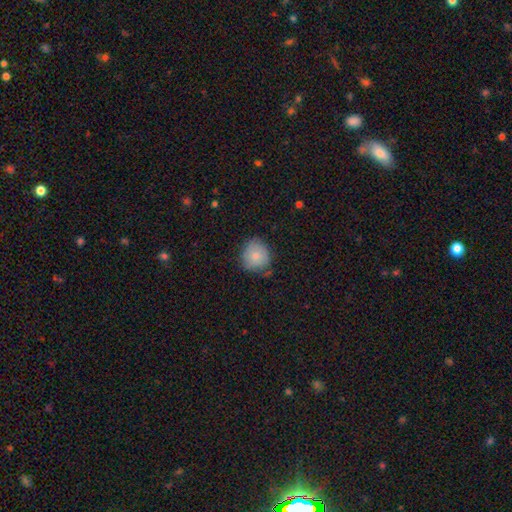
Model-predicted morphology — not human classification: smooth-or-featured: smooth: 81% | featured or disk: 12% | star or artifact: 7%
  how-rounded: round: 85% | in between: 14% | cigar-shaped: 1%
  merging: none: 71% | minor disturbance: 23% | major disturbance: 4% | merger: 2%